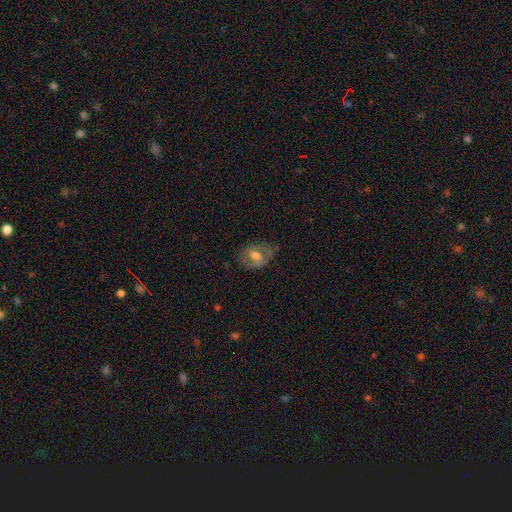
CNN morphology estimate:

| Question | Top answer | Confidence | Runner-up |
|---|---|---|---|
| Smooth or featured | smooth | 46% | tied: featured or disk (46%) |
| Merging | none | 63% | minor disturbance (24%) |